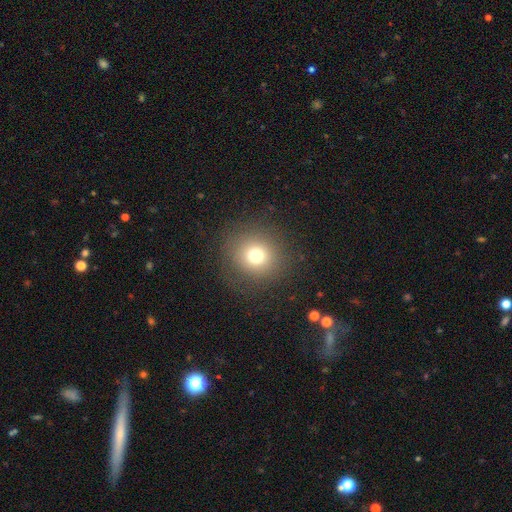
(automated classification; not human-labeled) Smooth or featured?
  - smooth: 73% *
  - star or artifact: 17%
  - featured or disk: 11%
How rounded?
  - round: 91% *
  - in between: 8%
  - cigar-shaped: 1%
Merging?
  - none: 86% *
  - minor disturbance: 8%
  - major disturbance: 5%
  - merger: 1%